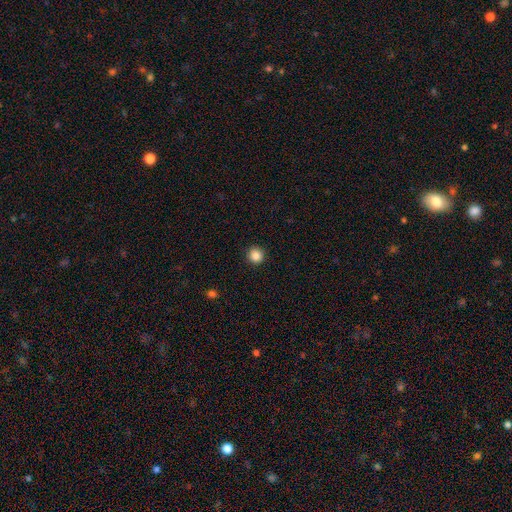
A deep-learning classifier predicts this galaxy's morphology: Overall: smooth (86%). How rounded: round (94%). Merging: none (92%).